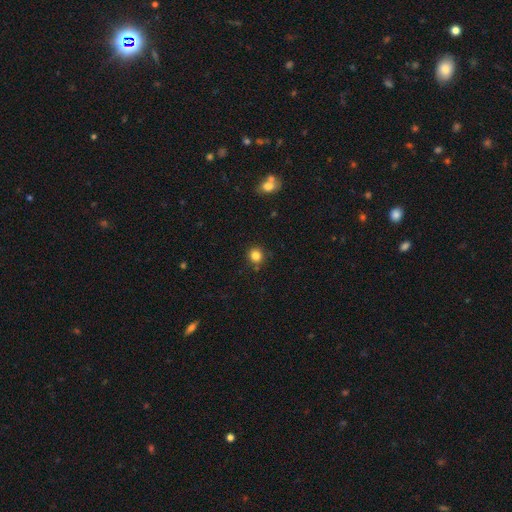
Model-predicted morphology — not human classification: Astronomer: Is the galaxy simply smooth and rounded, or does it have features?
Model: smooth — 83%.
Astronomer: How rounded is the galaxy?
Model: round — 91%.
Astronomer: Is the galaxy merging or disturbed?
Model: none — 86%.